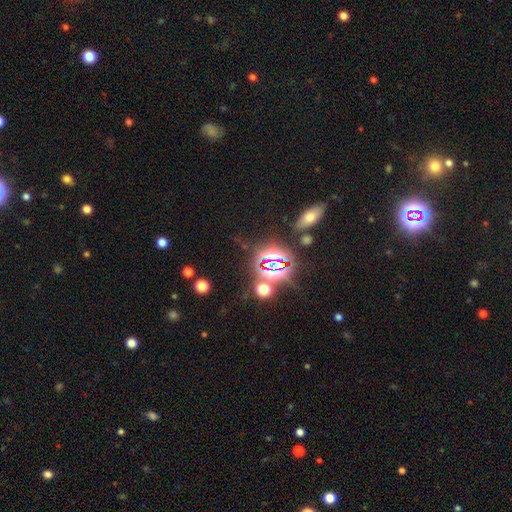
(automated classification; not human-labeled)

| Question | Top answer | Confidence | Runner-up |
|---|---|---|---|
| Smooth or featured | star or artifact | 78% | smooth (14%) |